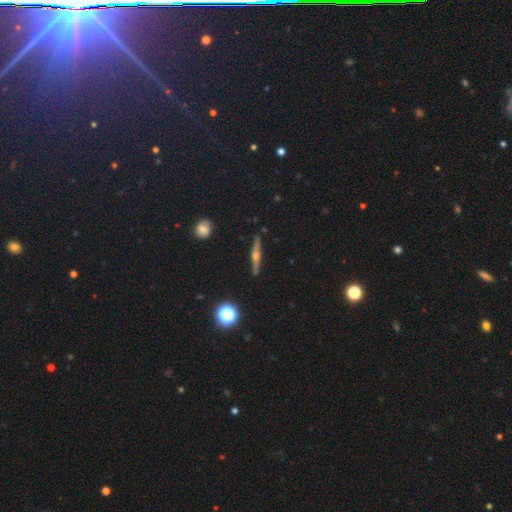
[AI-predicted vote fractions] Smooth or featured?
  - featured or disk: 73% *
  - smooth: 19%
  - star or artifact: 8%
Edge-on disk?
  - yes: 97% *
  - no: 3%
Edge-on bulge?
  - rounded: 92% *
  - boxy: 4%
  - none: 4%
Merging?
  - none: 90% *
  - minor disturbance: 7%
  - merger: 2%
  - major disturbance: 2%